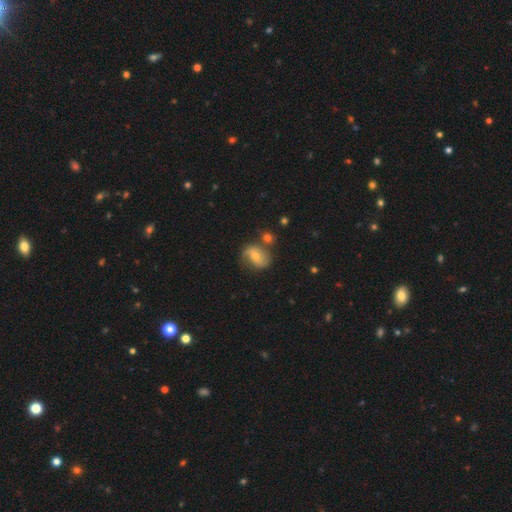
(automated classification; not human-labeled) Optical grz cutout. It shows a featured or disk galaxy (60%) with no bar (53%), spiral arms (85%) and a moderate central bulge (49%). Merging: none (59%).